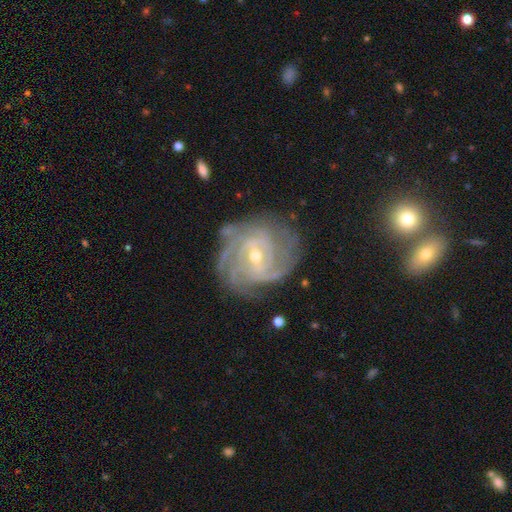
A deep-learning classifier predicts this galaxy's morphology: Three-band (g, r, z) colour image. It shows a featured or disk galaxy (91%) with a weak bar (49%), 4 (27%) tight (71%) spiral arms (98%) and a small central bulge (55%). Merging: none (73%).